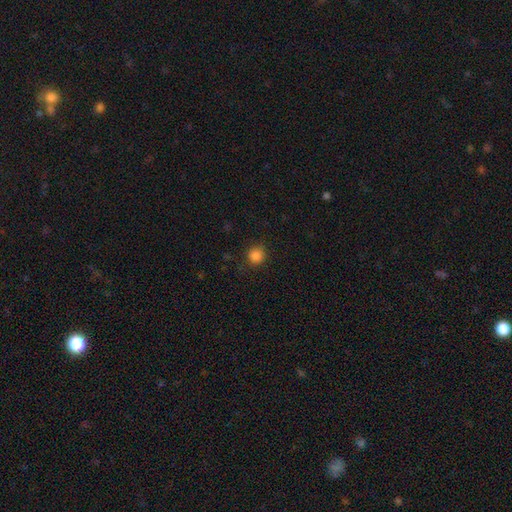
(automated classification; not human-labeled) The model was most divided on "smooth or featured": smooth: 85%, star or artifact: 12%, featured or disk: 3%. More confident: how rounded — round (92%); merging — none (88%).